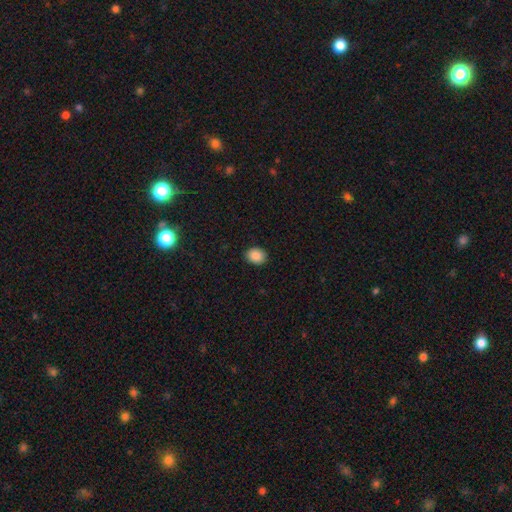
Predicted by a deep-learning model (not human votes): Overall: smooth (89%). How rounded: in between (53%; round 46%). Merging: none (89%).